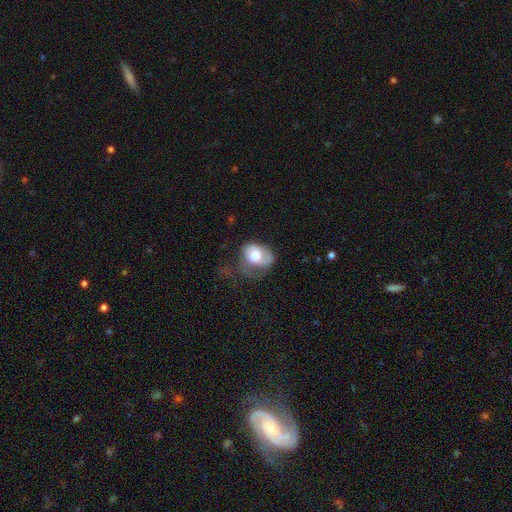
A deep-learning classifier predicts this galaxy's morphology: This appears to be a smooth galaxy with no disk features (65%) that is in between round and cigar-shaped (52%). Merging: minor disturbance (34%).